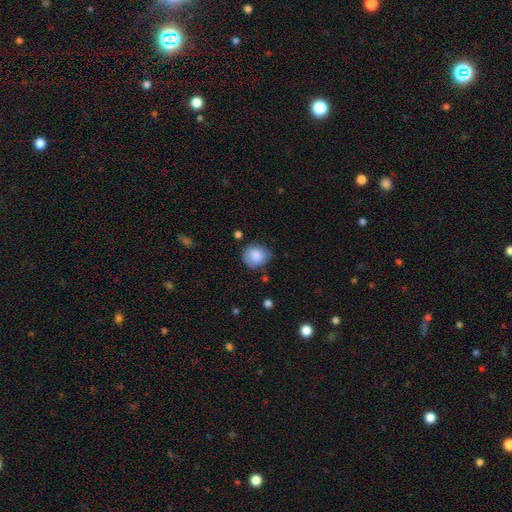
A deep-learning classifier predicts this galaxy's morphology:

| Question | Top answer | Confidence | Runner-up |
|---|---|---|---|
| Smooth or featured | smooth | 83% | featured or disk (10%) |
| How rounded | round | 70% | in between (30%) |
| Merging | none | 68% | minor disturbance (24%) |